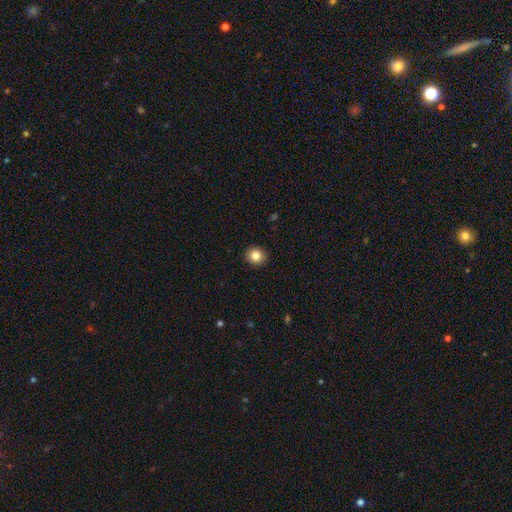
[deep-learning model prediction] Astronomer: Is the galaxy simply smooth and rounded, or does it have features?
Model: smooth — 83%.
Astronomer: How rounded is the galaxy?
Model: round — 88%.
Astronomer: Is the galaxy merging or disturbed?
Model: none — 92%.